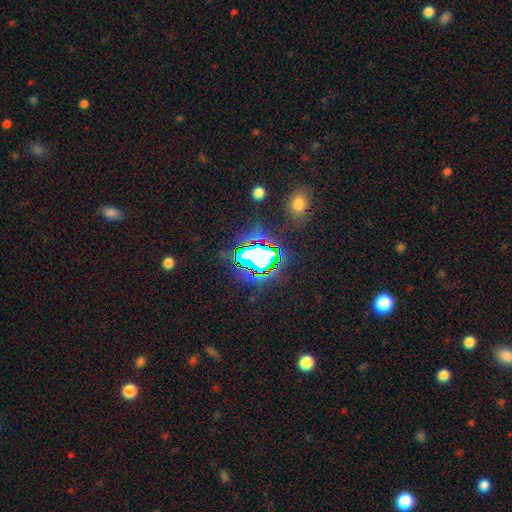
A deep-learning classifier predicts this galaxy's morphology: A star or artifact, not a galaxy (71%).

Vote fractions:
- Smooth or featured? star or artifact: 71% / smooth: 17% / featured or disk: 12%